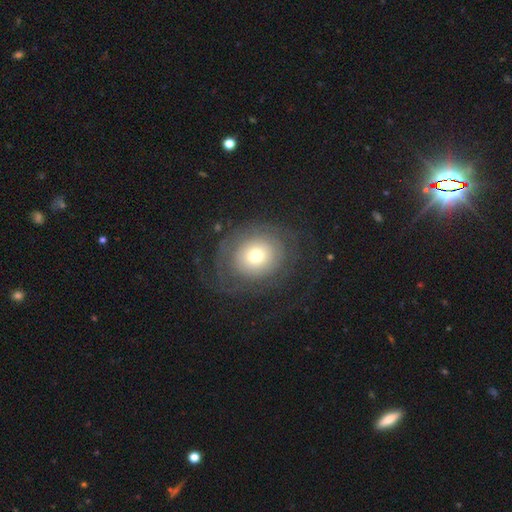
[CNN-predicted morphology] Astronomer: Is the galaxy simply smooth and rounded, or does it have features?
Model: featured or disk — 50% (runner-up: smooth, 41%).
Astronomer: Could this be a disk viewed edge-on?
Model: no — 96%.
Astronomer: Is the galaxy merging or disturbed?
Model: none — 70%.